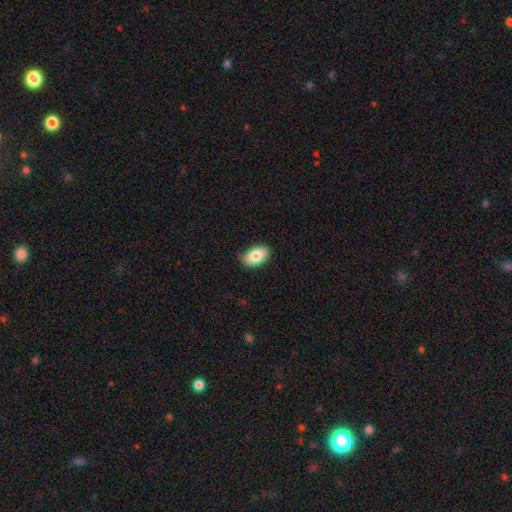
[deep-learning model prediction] smooth_or_featured: smooth (p=0.81) [alt: featured or disk p=0.11]
how_rounded: in between (p=0.90) [alt: round p=0.09]
merging: none (p=0.76) [alt: minor disturbance p=0.20]